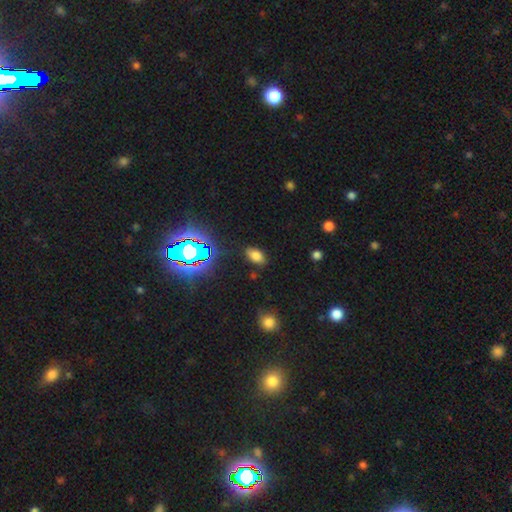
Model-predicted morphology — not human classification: Smooth or featured: smooth — 71% (star or artifact — 21%)
How rounded: in between — 89% (round — 9%)
Merging: none — 83% (minor disturbance — 11%)